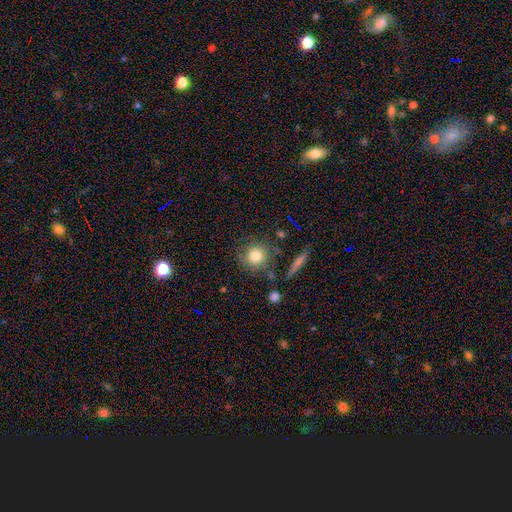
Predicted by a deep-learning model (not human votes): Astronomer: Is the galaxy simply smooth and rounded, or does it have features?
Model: smooth — 78%.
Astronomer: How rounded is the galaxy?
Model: round — 90%.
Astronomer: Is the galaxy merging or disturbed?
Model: none — 75%.